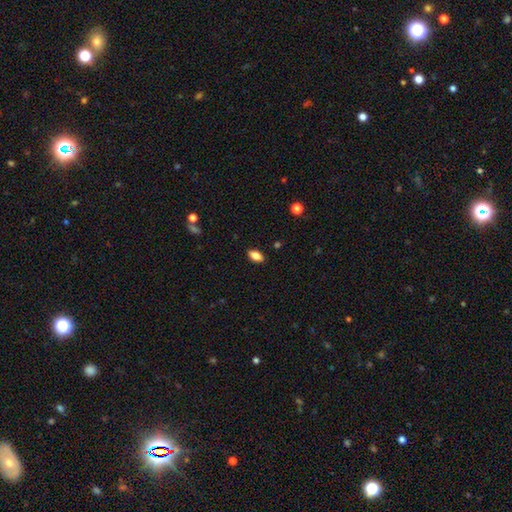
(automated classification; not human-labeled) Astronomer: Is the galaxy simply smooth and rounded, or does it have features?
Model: smooth — 82%.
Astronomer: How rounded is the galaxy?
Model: in between — 90%.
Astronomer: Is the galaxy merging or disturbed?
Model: none — 88%.